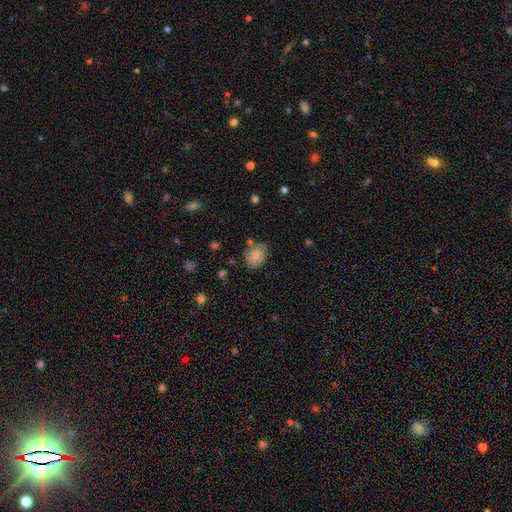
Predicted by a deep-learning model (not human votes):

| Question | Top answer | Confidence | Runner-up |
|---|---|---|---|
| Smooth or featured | smooth | 81% | featured or disk (11%) |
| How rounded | in between | 59% | round (40%) |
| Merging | none | 70% | minor disturbance (20%) |